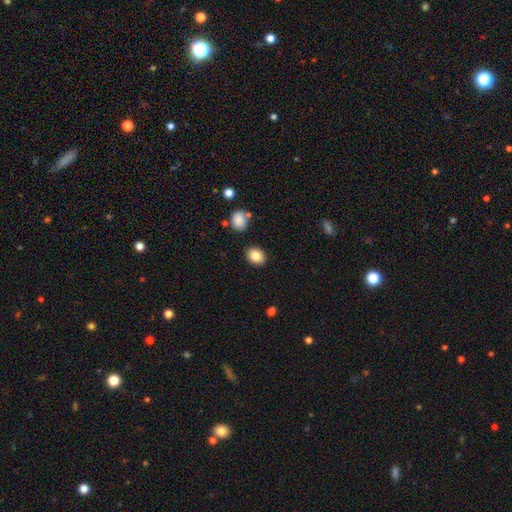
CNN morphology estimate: smooth-or-featured: smooth: 86% | star or artifact: 9% | featured or disk: 6%
  how-rounded: in between: 53% | round: 46% | cigar-shaped: 1%
  merging: none: 86% | minor disturbance: 8% | merger: 3% | major disturbance: 3%